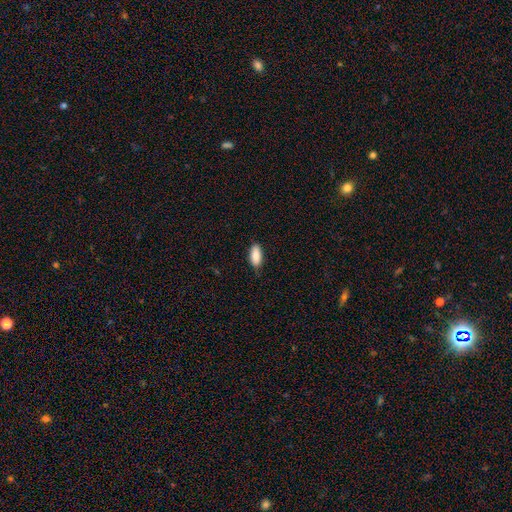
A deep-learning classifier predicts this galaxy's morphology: Smooth or featured?
  - smooth: 89% *
  - star or artifact: 6%
  - featured or disk: 5%
How rounded?
  - in between: 87% *
  - cigar-shaped: 11%
  - round: 2%
Merging?
  - none: 84% *
  - minor disturbance: 13%
  - major disturbance: 2%
  - merger: 1%